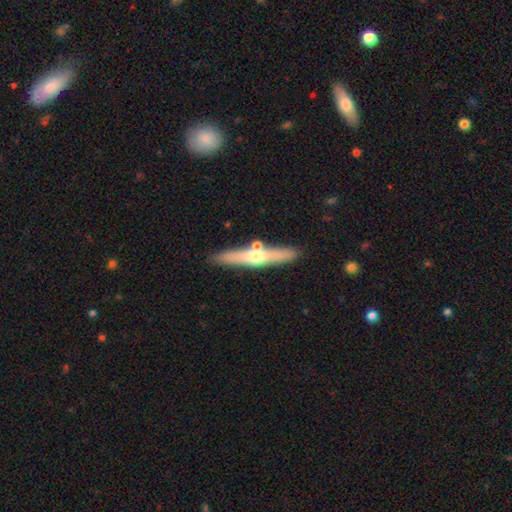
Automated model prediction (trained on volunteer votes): A featured or disk galaxy (58%) viewed edge-on (94%) with a rounded central bulge (85%).

Vote fractions:
- Smooth or featured? featured or disk: 58% / smooth: 36% / star or artifact: 6%
- Edge-on disk? yes: 94% / no: 6%
- Edge-on bulge? rounded: 85% / none: 11% / boxy: 3%
- Merging? none: 82% / minor disturbance: 9% / merger: 7% / major disturbance: 2%